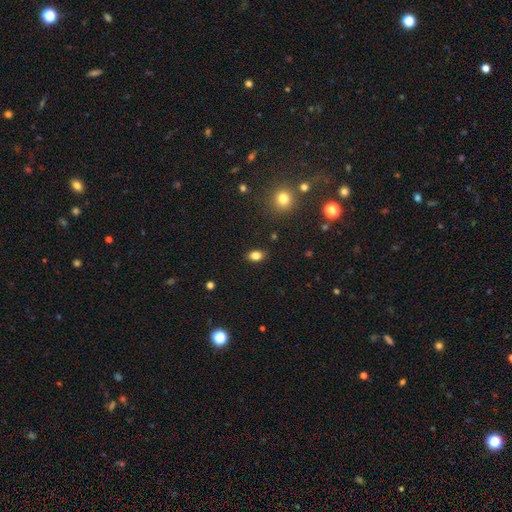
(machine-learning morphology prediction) Smooth or featured?
  - smooth: 82% *
  - star or artifact: 11%
  - featured or disk: 6%
How rounded?
  - in between: 80% *
  - round: 18%
  - cigar-shaped: 2%
Merging?
  - none: 86% *
  - minor disturbance: 10%
  - major disturbance: 2%
  - merger: 2%